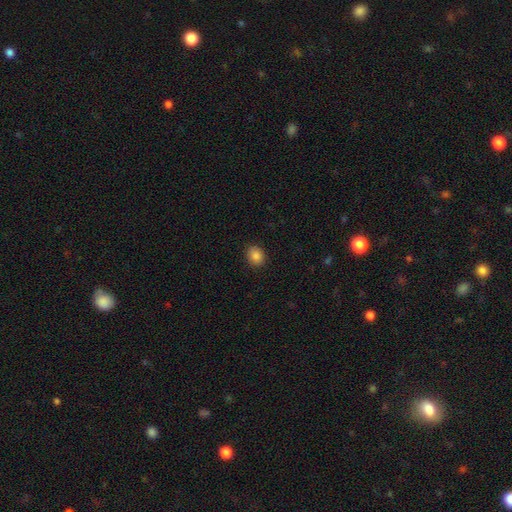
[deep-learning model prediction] Smooth or featured?
  - smooth: 86% *
  - star or artifact: 10%
  - featured or disk: 4%
How rounded?
  - round: 57% *
  - in between: 42%
  - cigar-shaped: 1%
Merging?
  - none: 90% *
  - minor disturbance: 7%
  - major disturbance: 2%
  - merger: 1%